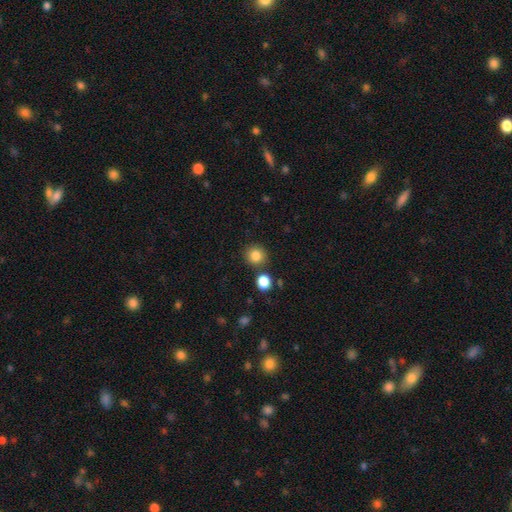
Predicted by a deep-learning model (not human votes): smooth 85%, star or artifact 11%, featured or disk 5%. Down the decision tree: how rounded — round (91%); merging — none (83%).